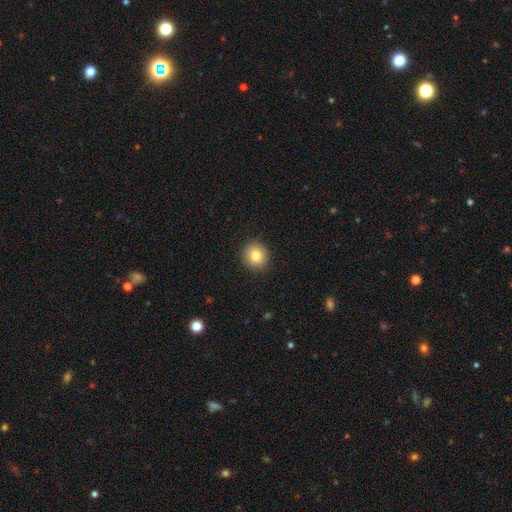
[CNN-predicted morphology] The model was most divided on "smooth or featured": smooth: 82%, star or artifact: 10%, featured or disk: 8%. More confident: merging — none (92%); how rounded — round (92%).